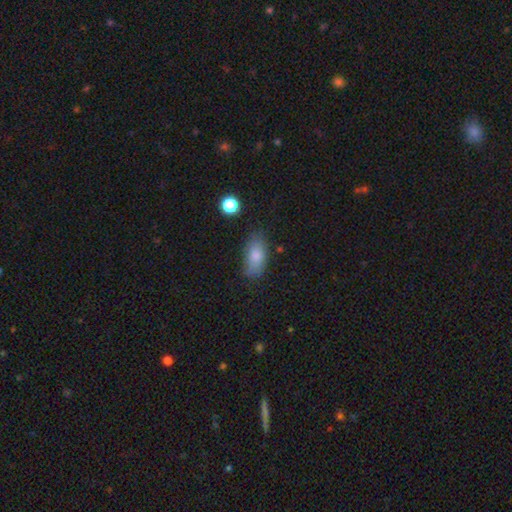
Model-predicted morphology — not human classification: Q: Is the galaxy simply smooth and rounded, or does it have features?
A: smooth — 80%.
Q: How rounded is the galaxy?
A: in between — 87%.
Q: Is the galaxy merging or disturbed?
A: none — 77%.